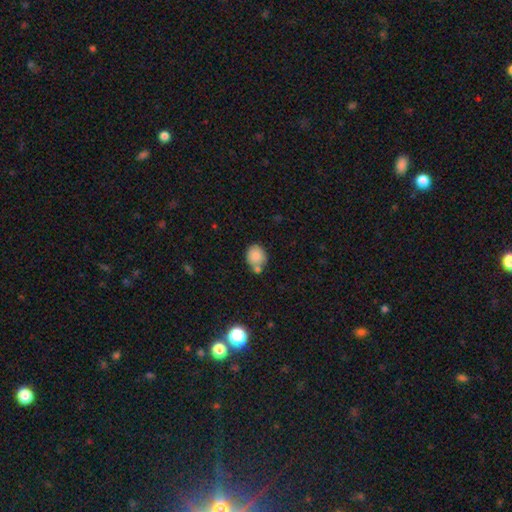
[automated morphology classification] type=smooth (85%); roundness=round (67%); merging=none (58%).